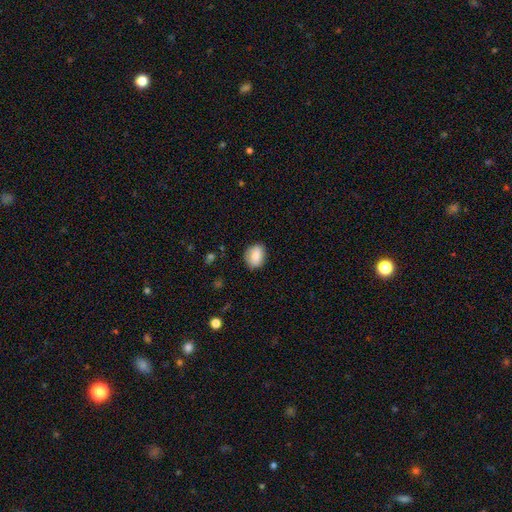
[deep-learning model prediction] Smooth or featured? Predicted: smooth (p=0.84). How rounded? Predicted: in between (p=0.59). Merging? Predicted: none (p=0.80).